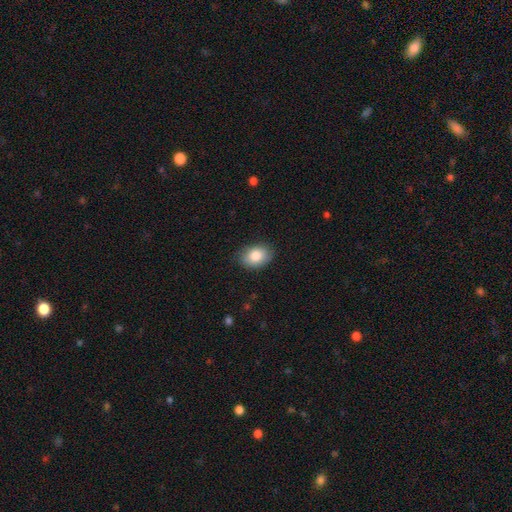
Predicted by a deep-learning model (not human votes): The model was most divided on "how rounded": in between: 77%, round: 22%, cigar-shaped: 1%. More confident: smooth or featured — smooth (85%); merging — none (84%).